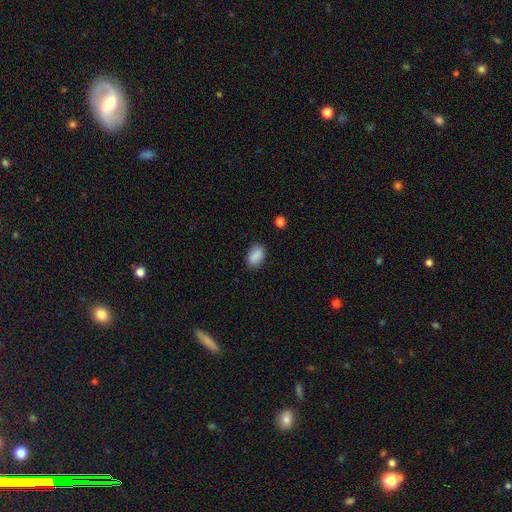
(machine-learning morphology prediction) A smooth galaxy with no disk features (89%) that is in between round and cigar-shaped (88%). Merging: none (85%).